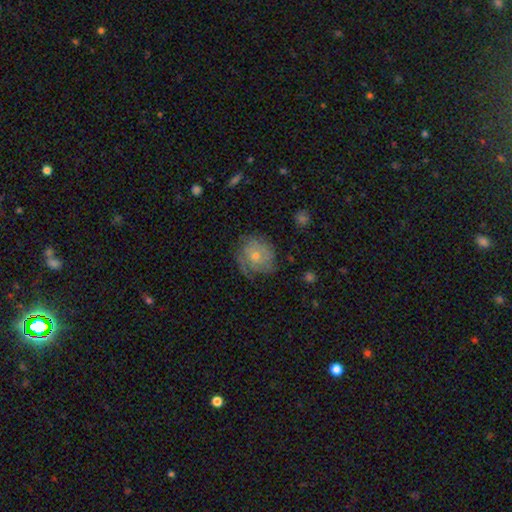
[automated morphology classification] Smooth or featured? featured or disk (51%)
Edge-on disk? no (96%)
Merging? none (67%)